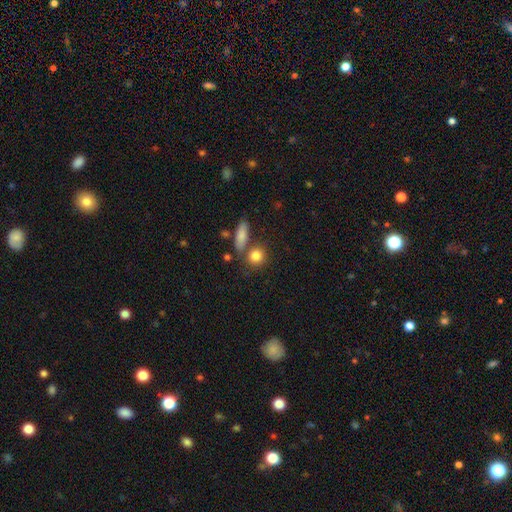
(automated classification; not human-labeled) A smooth galaxy with no disk features (84%) that is round (71%).

Vote fractions:
- Smooth or featured? smooth: 84% / star or artifact: 8% / featured or disk: 7%
- How rounded? round: 71% / in between: 25% / cigar-shaped: 5%
- Merging? none: 65% / merger: 20% / minor disturbance: 11% / major disturbance: 4%